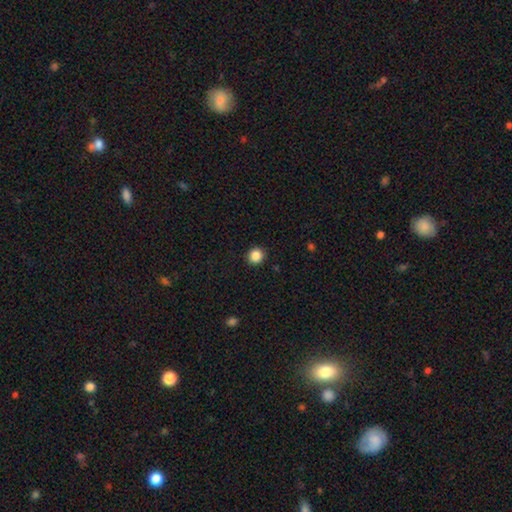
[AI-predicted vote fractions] A smooth galaxy with no disk features (86%) that is round (87%). Merging: none (92%).